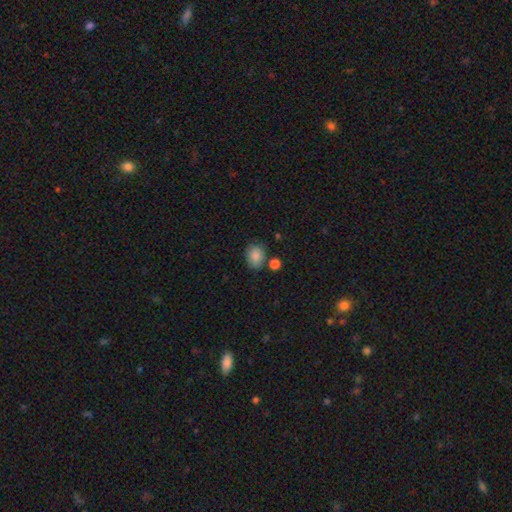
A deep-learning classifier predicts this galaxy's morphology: Q: Smooth or featured?
A: smooth (85%); runner-up: star or artifact (9%)
Q: How rounded?
A: round (55%); runner-up: in between (44%)
Q: Merging?
A: none (69%); runner-up: minor disturbance (17%)